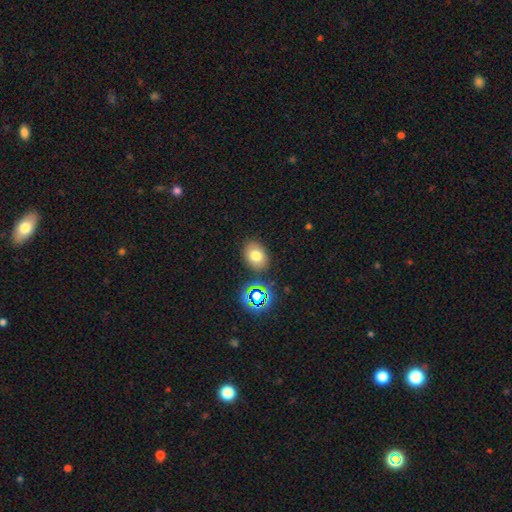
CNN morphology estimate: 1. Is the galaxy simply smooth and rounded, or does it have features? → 71% smooth, 16% star or artifact, 12% featured or disk.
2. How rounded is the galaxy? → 67% in between, 32% round, 1% cigar-shaped.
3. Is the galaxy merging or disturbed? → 81% none, 11% minor disturbance, 5% merger, 3% major disturbance.